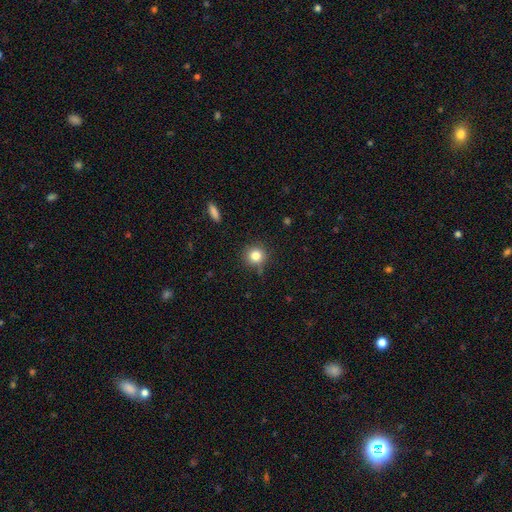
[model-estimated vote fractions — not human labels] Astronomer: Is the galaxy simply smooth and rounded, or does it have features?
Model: smooth — 81%.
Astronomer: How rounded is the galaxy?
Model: round — 93%.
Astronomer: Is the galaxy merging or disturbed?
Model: none — 86%.